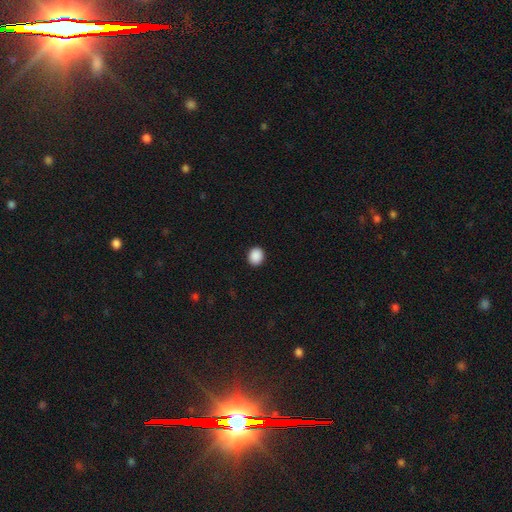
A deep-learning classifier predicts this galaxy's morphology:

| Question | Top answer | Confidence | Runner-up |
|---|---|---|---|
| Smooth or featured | smooth | 90% | star or artifact (8%) |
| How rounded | round | 74% | in between (25%) |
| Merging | none | 92% | minor disturbance (5%) |